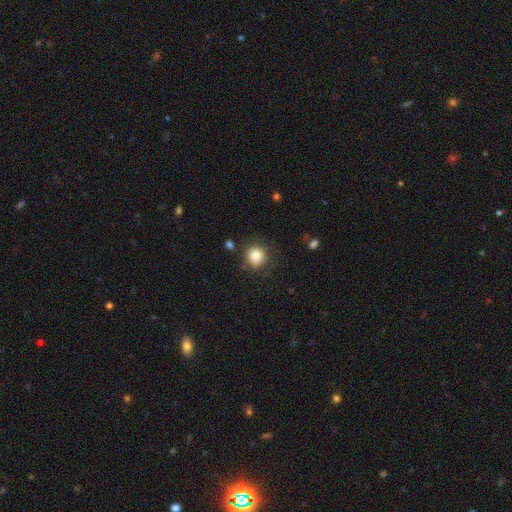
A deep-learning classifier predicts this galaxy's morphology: smooth_or_featured: smooth (p=0.86) [alt: star or artifact p=0.10]
how_rounded: round (p=0.89) [alt: in between p=0.10]
merging: none (p=0.80) [alt: minor disturbance p=0.13]